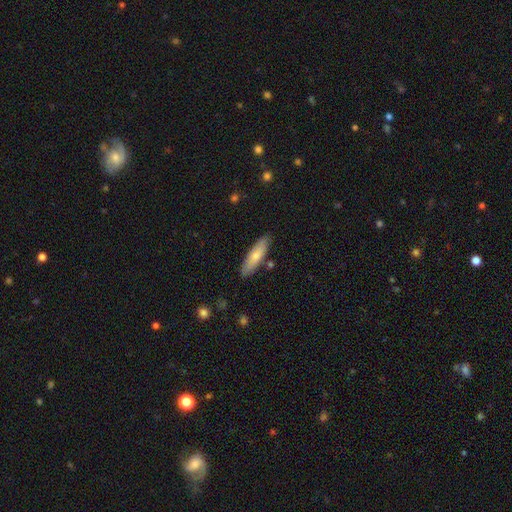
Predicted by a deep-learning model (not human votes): Q: Smooth or featured?
A: smooth (69%); runner-up: featured or disk (25%)
Q: How rounded?
A: cigar-shaped (64%); runner-up: in between (35%)
Q: Merging?
A: none (85%); runner-up: minor disturbance (10%)